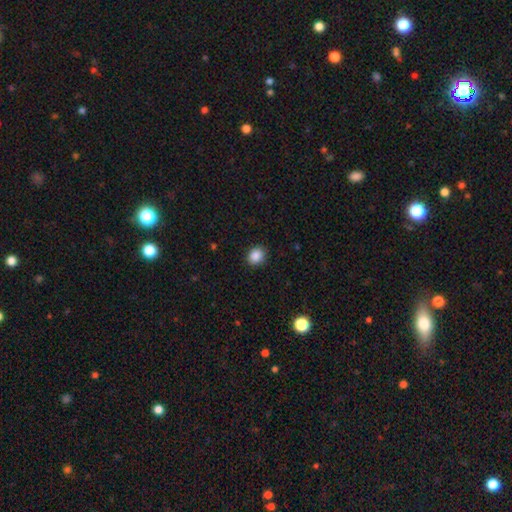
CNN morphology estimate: Smooth or featured? smooth (88%)
How rounded? round (66%)
Merging? none (91%)